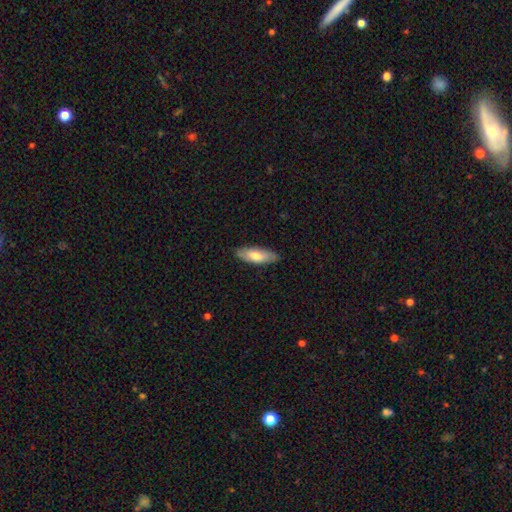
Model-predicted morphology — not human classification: Q: Smooth or featured?
A: smooth (69%); runner-up: featured or disk (25%)
Q: How rounded?
A: in between (62%); runner-up: cigar-shaped (36%)
Q: Merging?
A: none (86%); runner-up: minor disturbance (11%)